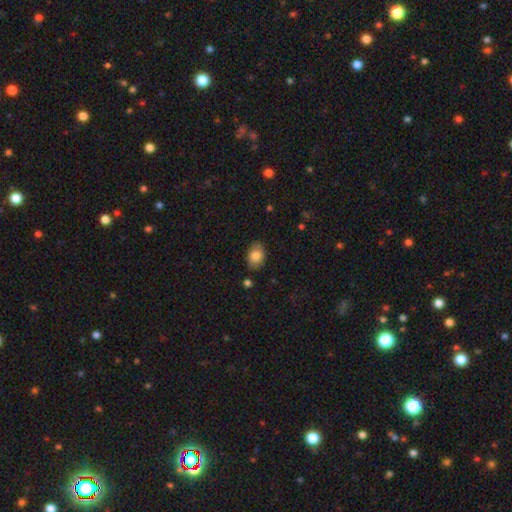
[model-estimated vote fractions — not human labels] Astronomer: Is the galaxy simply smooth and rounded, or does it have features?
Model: smooth — 83%.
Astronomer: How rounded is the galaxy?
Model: in between — 83%.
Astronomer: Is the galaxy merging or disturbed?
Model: none — 82%.